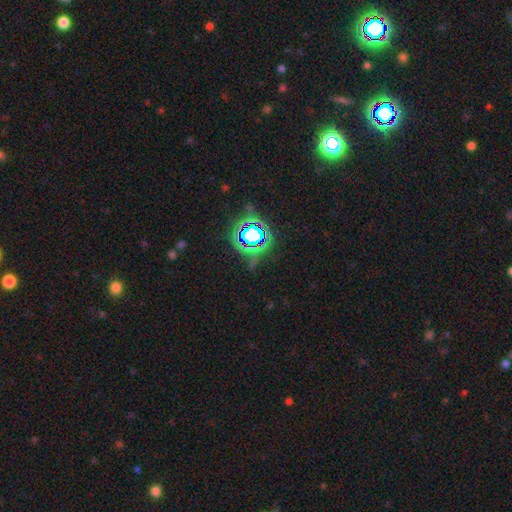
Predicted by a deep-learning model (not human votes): star or artifact 81%, smooth 11%, featured or disk 8%.